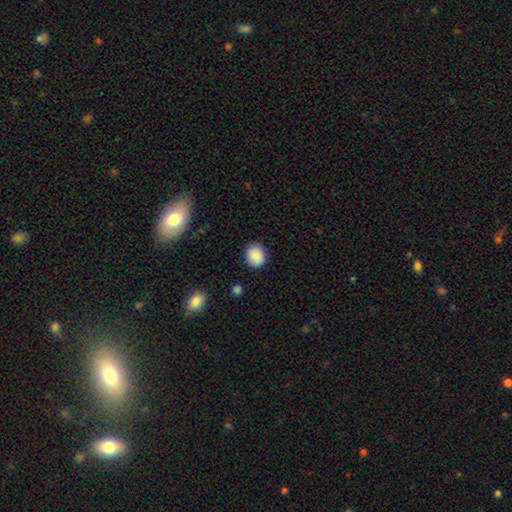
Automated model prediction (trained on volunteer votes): Overall: smooth (86%). How rounded: round (70%; in between 30%). Merging: none (86%).